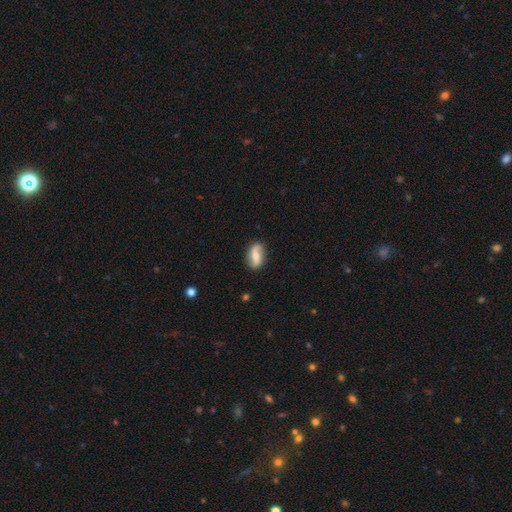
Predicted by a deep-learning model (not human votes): Q: Smooth or featured?
A: featured or disk (58%); runner-up: smooth (35%)
Q: Edge-on disk?
A: no (94%); runner-up: yes (6%)
Q: Bar?
A: weak (37%); runner-up: strong (32%)
Q: Spiral arms?
A: yes (88%); runner-up: no (12%)
Q: Bulge size?
A: small (37%); runner-up: moderate (34%)
Q: Merging?
A: none (80%); runner-up: minor disturbance (14%)